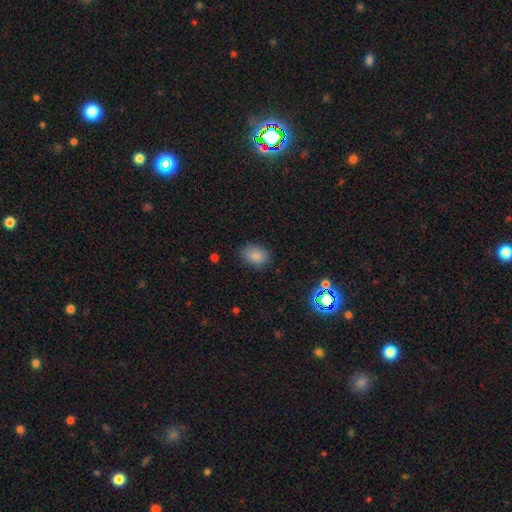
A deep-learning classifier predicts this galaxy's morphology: Smooth or featured? smooth (86%)
How rounded? in between (72%)
Merging? none (82%)